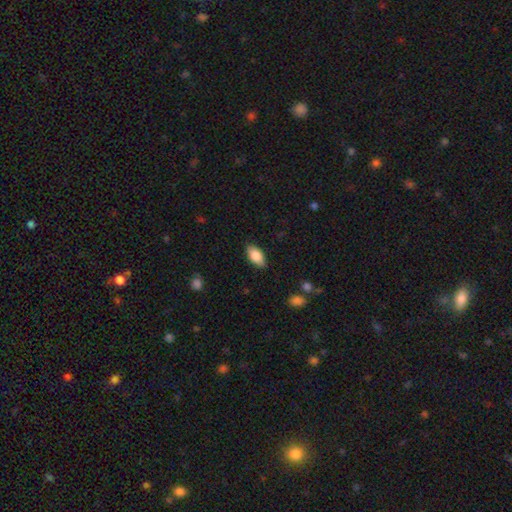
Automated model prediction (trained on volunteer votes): Smooth or featured? Predicted: smooth (p=0.84). How rounded? Predicted: in between (p=0.92). Merging? Predicted: none (p=0.87).